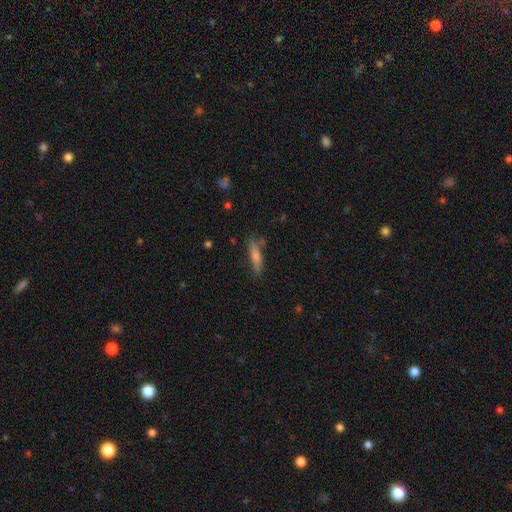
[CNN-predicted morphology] smooth 54%, featured or disk 37%, star or artifact 9%. Down the decision tree: how rounded — cigar-shaped (86%); merging — none (77%).